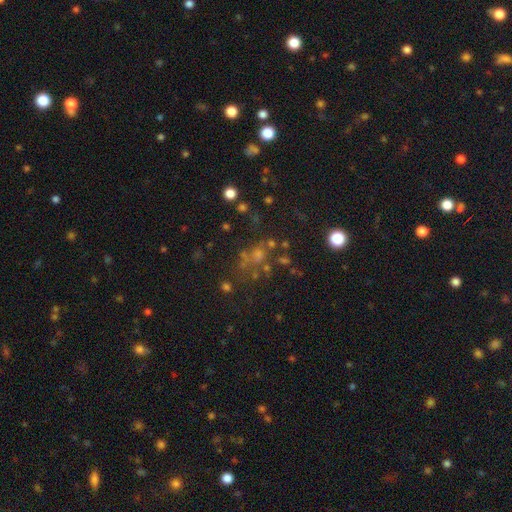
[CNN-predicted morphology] Smooth or featured?
  - smooth: 39% *
  - star or artifact: 36%
  - featured or disk: 25%
Merging?
  - none: 51% *
  - merger: 20%
  - major disturbance: 15%
  - minor disturbance: 14%